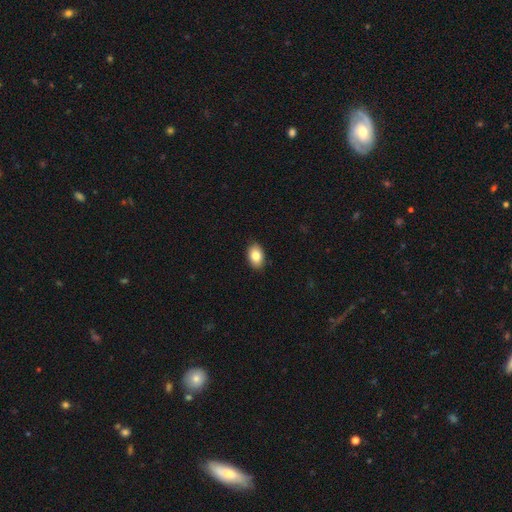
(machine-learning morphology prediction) smooth_or_featured: smooth (p=0.83) [alt: featured or disk p=0.09]
how_rounded: in between (p=0.87) [alt: round p=0.12]
merging: none (p=0.90) [alt: minor disturbance p=0.08]